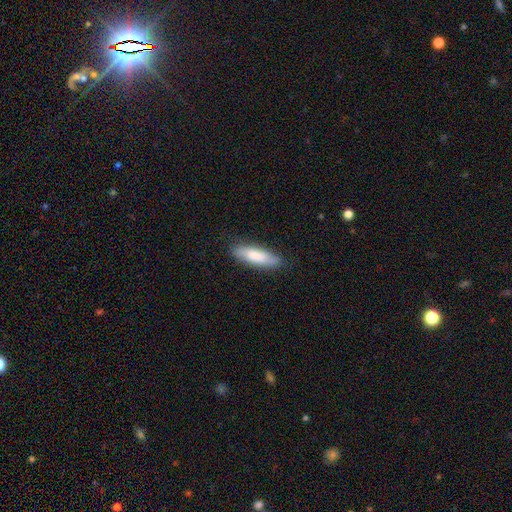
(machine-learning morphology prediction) A smooth galaxy with no disk features (80%) that is cigar-shaped (57%).

Vote fractions:
- Smooth or featured? smooth: 80% / featured or disk: 15% / star or artifact: 5%
- How rounded? cigar-shaped: 57% / in between: 41% / round: 2%
- Merging? none: 84% / minor disturbance: 13% / major disturbance: 2% / merger: 1%